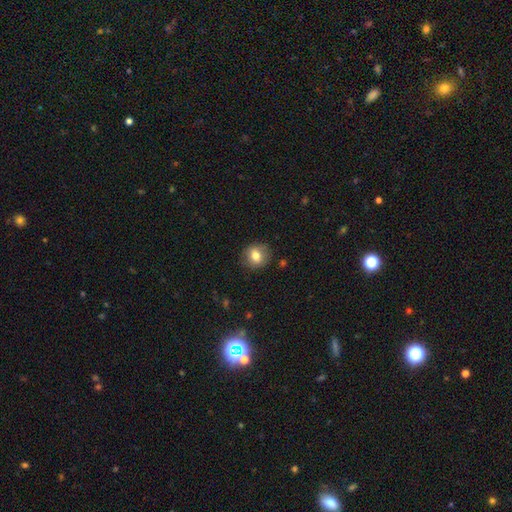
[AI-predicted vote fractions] Morphology: type=smooth (75%); roundness=round (74%); merging=none (85%).